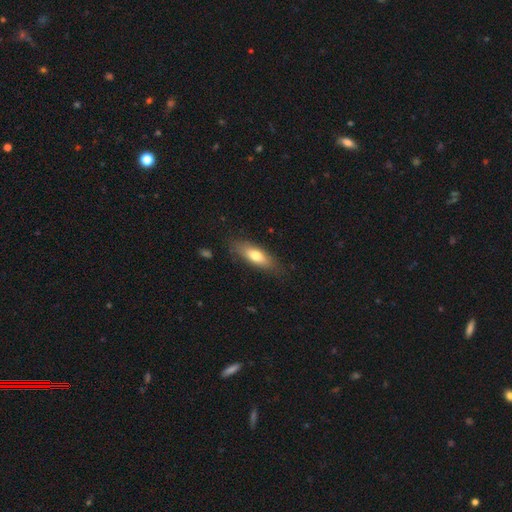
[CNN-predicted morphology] A smooth galaxy with no disk features (70%) that is in between round and cigar-shaped (61%). Merging: none (81%).